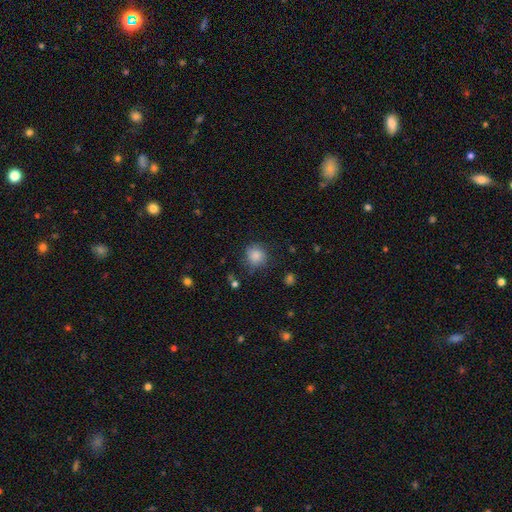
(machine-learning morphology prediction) A smooth galaxy with no disk features (84%) that is round (86%). Merging: none (74%).